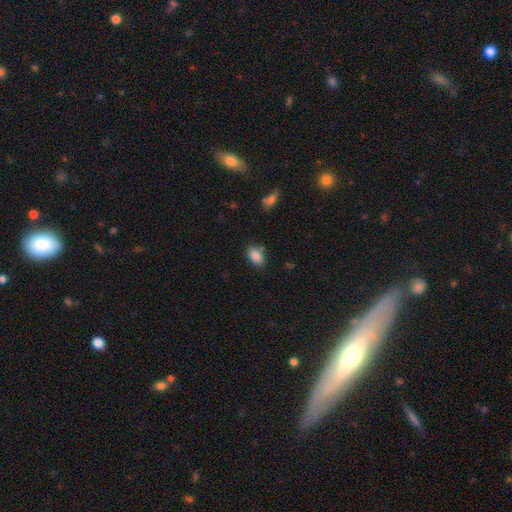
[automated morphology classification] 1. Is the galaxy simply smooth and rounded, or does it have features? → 86% smooth, 8% star or artifact, 6% featured or disk.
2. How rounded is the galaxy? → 91% in between, 7% round, 2% cigar-shaped.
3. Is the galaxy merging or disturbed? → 79% none, 13% minor disturbance, 5% merger, 3% major disturbance.